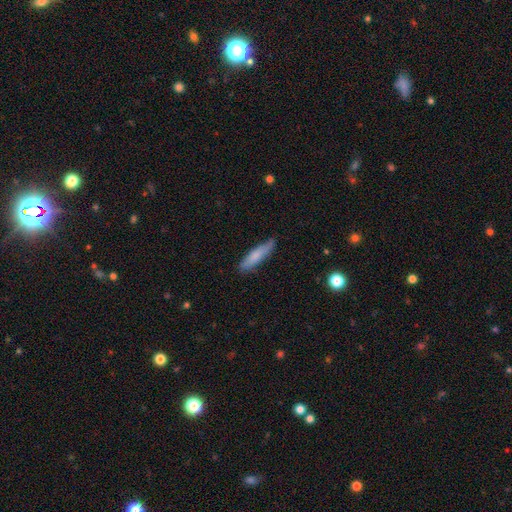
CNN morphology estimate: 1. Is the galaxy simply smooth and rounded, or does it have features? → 75% smooth, 20% featured or disk, 6% star or artifact.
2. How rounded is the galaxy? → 81% cigar-shaped, 17% in between, 1% round.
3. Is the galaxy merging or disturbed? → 82% none, 15% minor disturbance, 2% major disturbance, 1% merger.